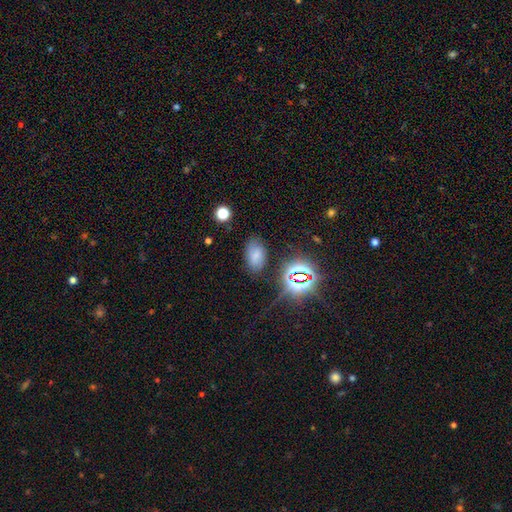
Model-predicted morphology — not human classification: The model was most divided on "smooth or featured": smooth: 65%, star or artifact: 22%, featured or disk: 12%. More confident: how rounded — in between (91%); merging — none (77%).